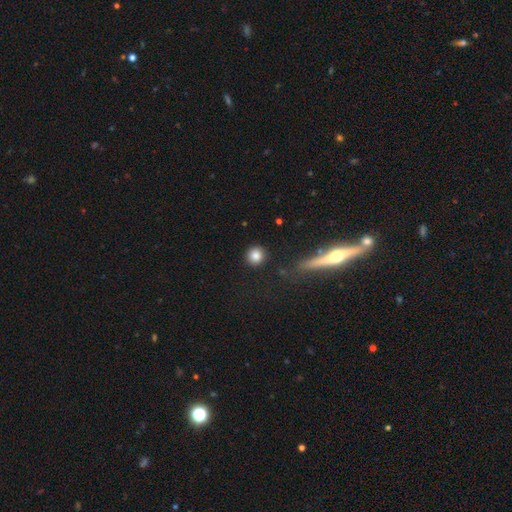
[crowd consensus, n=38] Smooth or featured: smooth — 87% (featured or disk — 13%)
How rounded: round — 94% (in between — 3%)
Merging: none — 84% (minor disturbance — 8%)